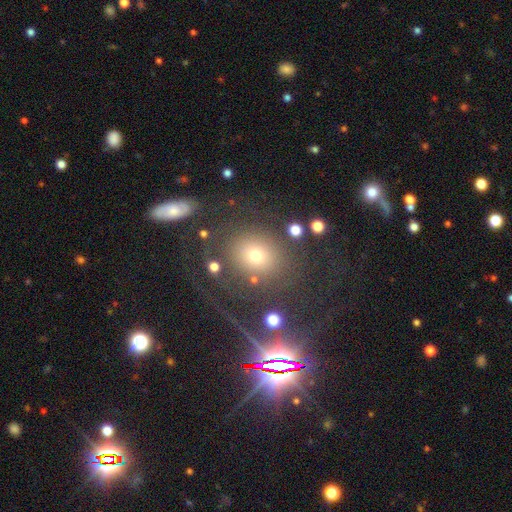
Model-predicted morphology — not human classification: Smooth or featured?
  - smooth: 59% *
  - star or artifact: 22%
  - featured or disk: 18%
How rounded?
  - round: 72% *
  - in between: 26%
  - cigar-shaped: 2%
Merging?
  - none: 73% *
  - minor disturbance: 11%
  - major disturbance: 10%
  - merger: 5%